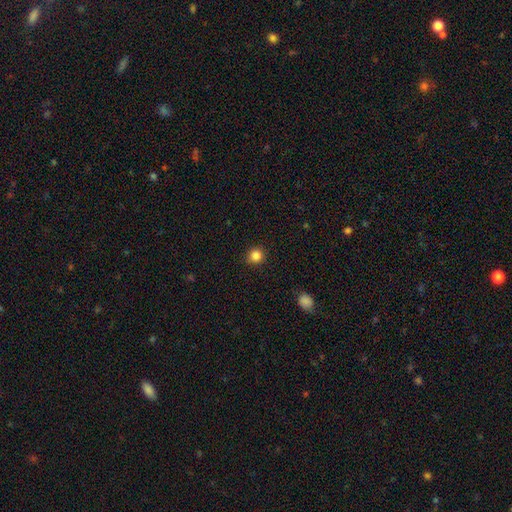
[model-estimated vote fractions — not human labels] Smooth or featured? Predicted: smooth (p=0.85). How rounded? Predicted: round (p=0.91). Merging? Predicted: none (p=0.90).